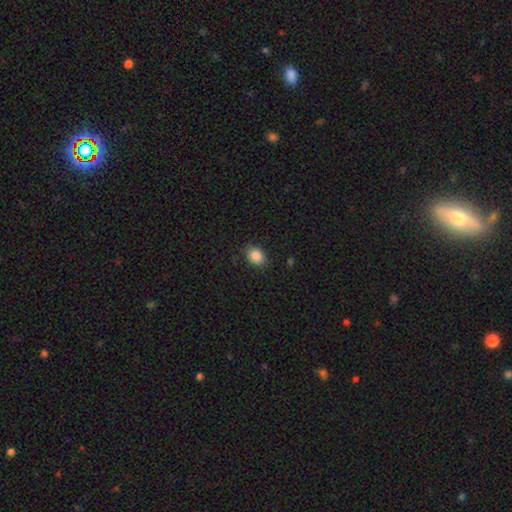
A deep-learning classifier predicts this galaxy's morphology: Smooth or featured? smooth (88%)
How rounded? in between (67%)
Merging? none (84%)